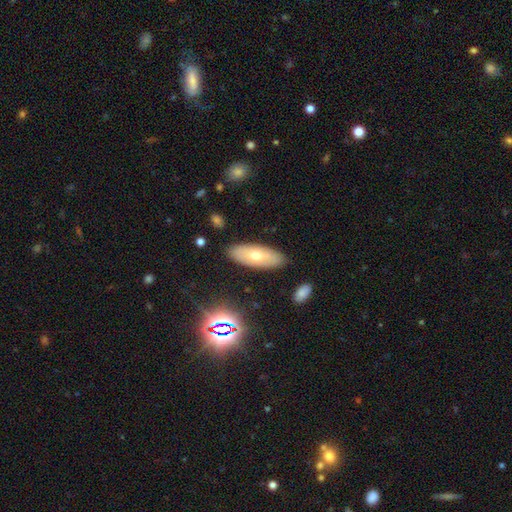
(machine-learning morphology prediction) This is possibly a smooth galaxy (56%). How rounded: likely in between (75%). Merging: clearly none (86%).